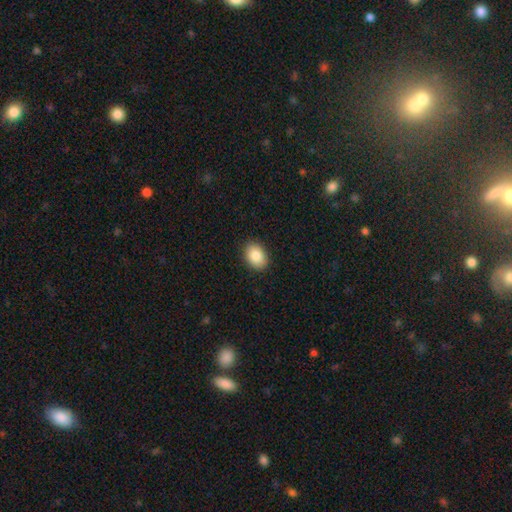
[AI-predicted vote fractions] This is clearly a smooth galaxy (87%). How rounded: likely in between (78%). Merging: clearly none (90%).